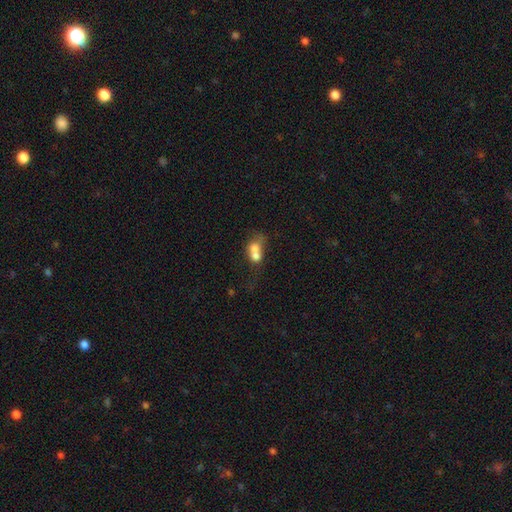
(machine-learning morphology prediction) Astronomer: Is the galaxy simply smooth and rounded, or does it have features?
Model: smooth — 65%.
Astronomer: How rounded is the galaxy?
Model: round — 49% (runner-up: in between, 48%).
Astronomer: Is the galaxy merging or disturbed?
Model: merger — 71%.